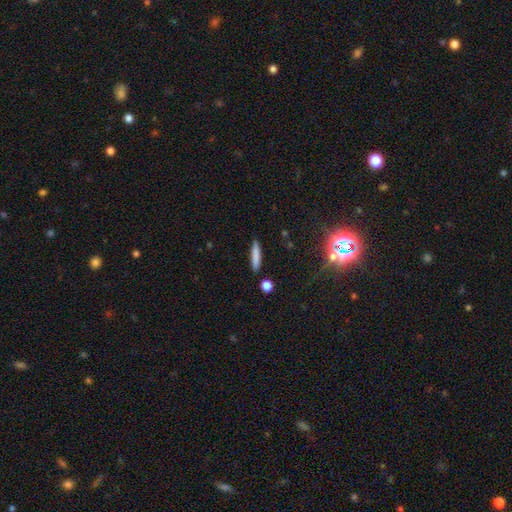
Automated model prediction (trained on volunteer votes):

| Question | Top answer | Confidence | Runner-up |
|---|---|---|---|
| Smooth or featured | smooth | 80% | featured or disk (12%) |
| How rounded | cigar-shaped | 89% | in between (10%) |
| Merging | none | 88% | minor disturbance (8%) |